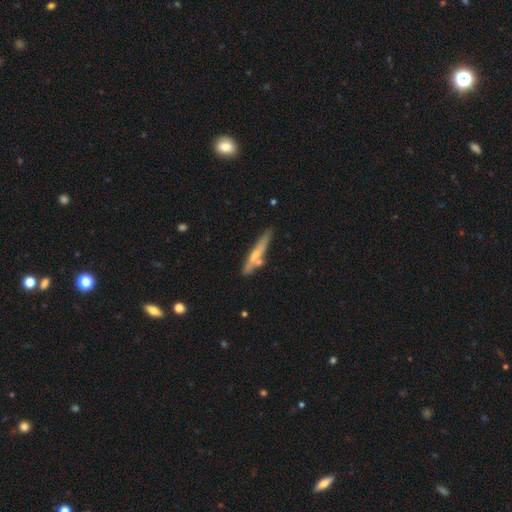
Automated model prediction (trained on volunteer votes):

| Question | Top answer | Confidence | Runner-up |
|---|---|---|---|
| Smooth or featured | smooth | 52% | featured or disk (42%) |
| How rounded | cigar-shaped | 90% | in between (8%) |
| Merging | none | 70% | minor disturbance (16%) |